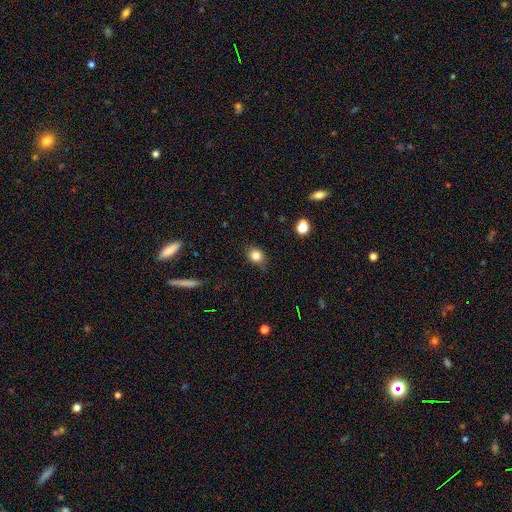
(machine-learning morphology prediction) Smooth or featured? Predicted: smooth (p=0.83). How rounded? Predicted: round (p=0.57). Merging? Predicted: none (p=0.81).